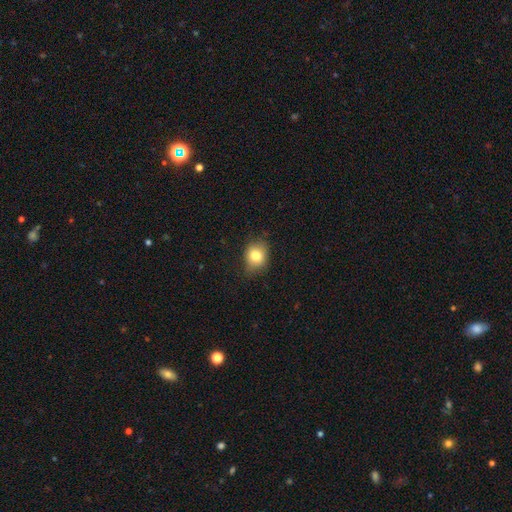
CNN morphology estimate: Smooth or featured: smooth — 79% (featured or disk — 11%)
How rounded: round — 51% (in between — 48%)
Merging: none — 73% (minor disturbance — 21%)